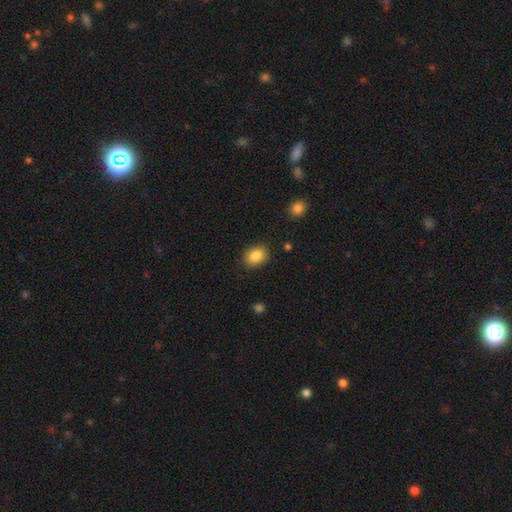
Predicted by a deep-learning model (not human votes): Smooth or featured?
  - smooth: 86% *
  - star or artifact: 8%
  - featured or disk: 5%
How rounded?
  - in between: 65% *
  - round: 34%
  - cigar-shaped: 1%
Merging?
  - none: 86% *
  - minor disturbance: 10%
  - major disturbance: 3%
  - merger: 1%